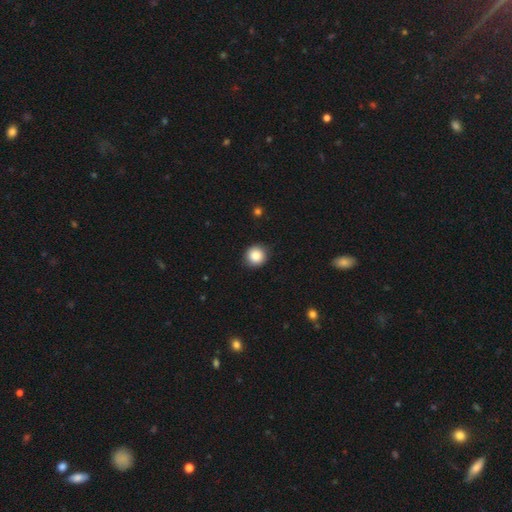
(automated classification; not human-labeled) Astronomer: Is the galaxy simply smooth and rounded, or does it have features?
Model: smooth — 86%.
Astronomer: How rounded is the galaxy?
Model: round — 92%.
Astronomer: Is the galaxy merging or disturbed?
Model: none — 89%.